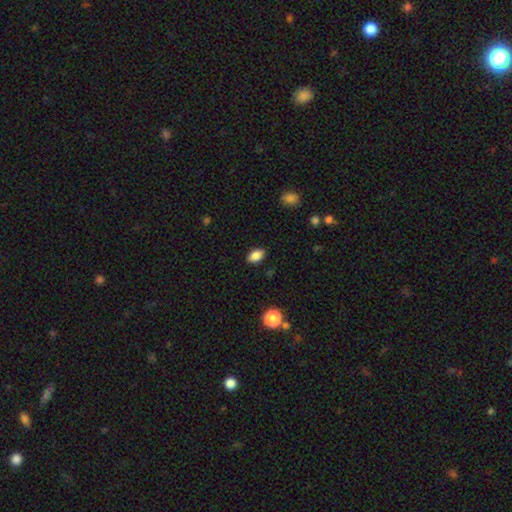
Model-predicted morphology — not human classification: type=smooth (86%); roundness=in between (89%); merging=none (88%).